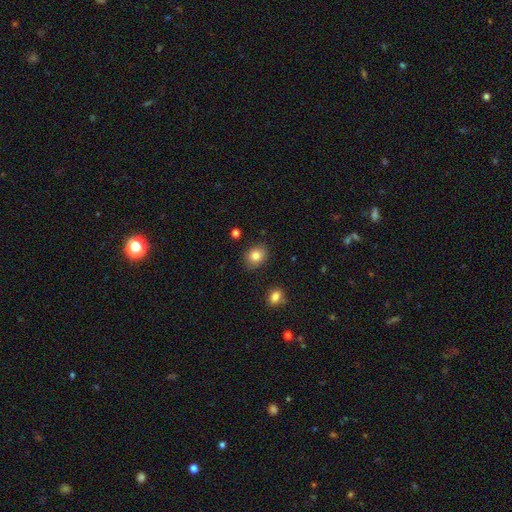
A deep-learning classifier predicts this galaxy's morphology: Q: Smooth or featured?
A: smooth (83%); runner-up: star or artifact (9%)
Q: How rounded?
A: in between (50%); runner-up: round (49%)
Q: Merging?
A: none (82%); runner-up: minor disturbance (13%)